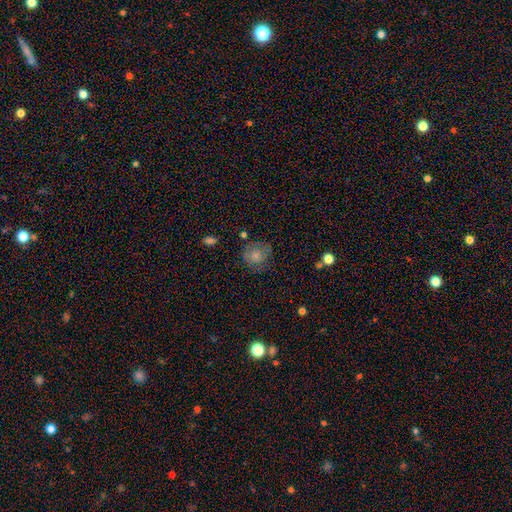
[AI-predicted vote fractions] This is likely a smooth galaxy (67%). How rounded: clearly round (86%). Merging: likely none (69%).